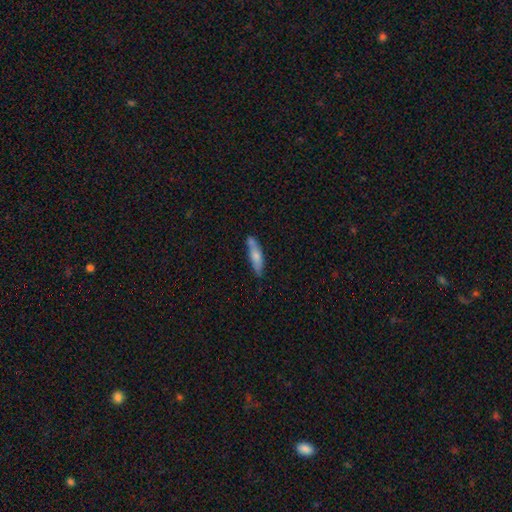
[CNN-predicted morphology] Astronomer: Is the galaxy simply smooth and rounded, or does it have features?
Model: smooth — 68%.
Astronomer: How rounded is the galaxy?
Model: cigar-shaped — 77%.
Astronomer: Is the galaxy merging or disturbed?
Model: none — 68%.